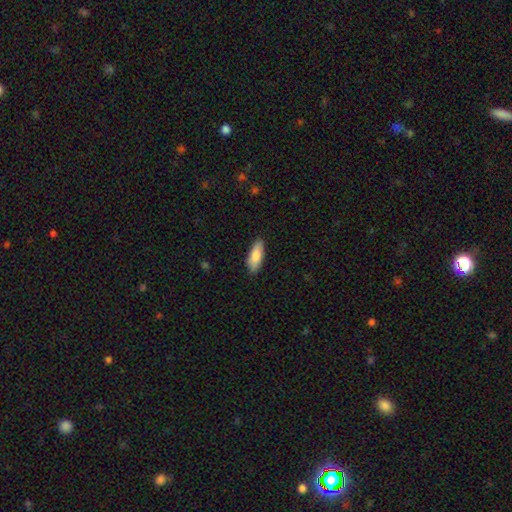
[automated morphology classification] Smooth or featured? smooth (84%)
How rounded? in between (69%)
Merging? none (86%)